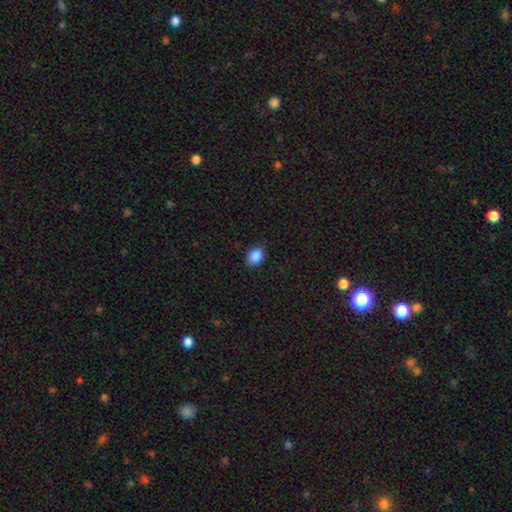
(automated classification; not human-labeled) This is clearly a smooth galaxy (88%). How rounded: likely in between (65%). Merging: clearly none (85%).